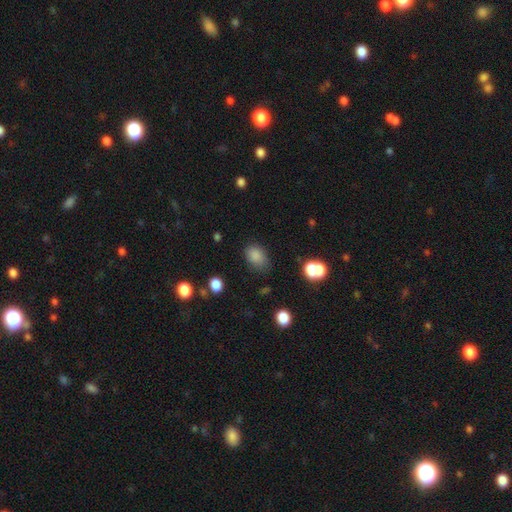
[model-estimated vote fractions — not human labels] Smooth or featured: smooth — 83% (star or artifact — 11%)
How rounded: in between — 77% (round — 22%)
Merging: none — 69% (minor disturbance — 21%)